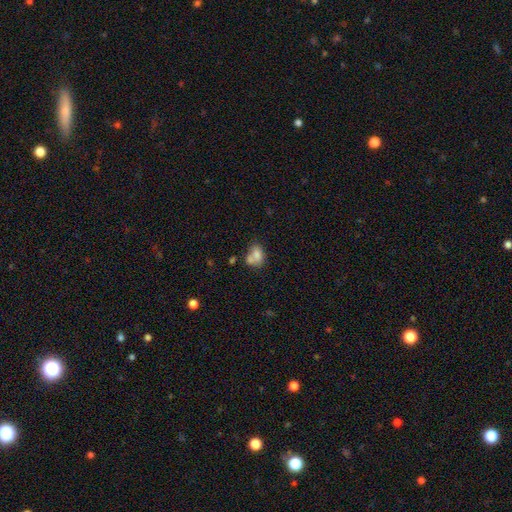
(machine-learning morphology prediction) A smooth galaxy with no disk features (75%) that is in between round and cigar-shaped (69%). Merging: merger (47%).